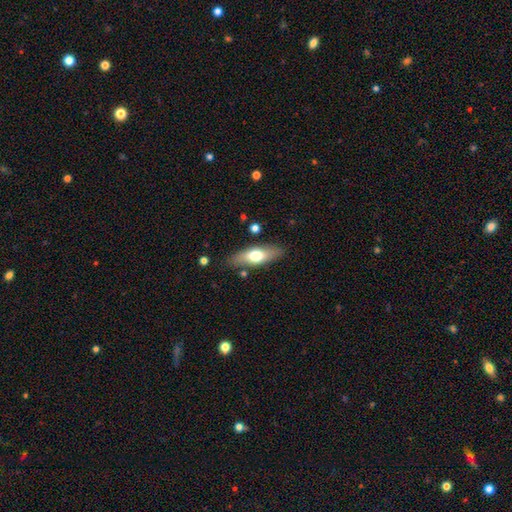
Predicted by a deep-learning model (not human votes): Smooth or featured? smooth (60%)
How rounded? in between (65%)
Merging? none (83%)